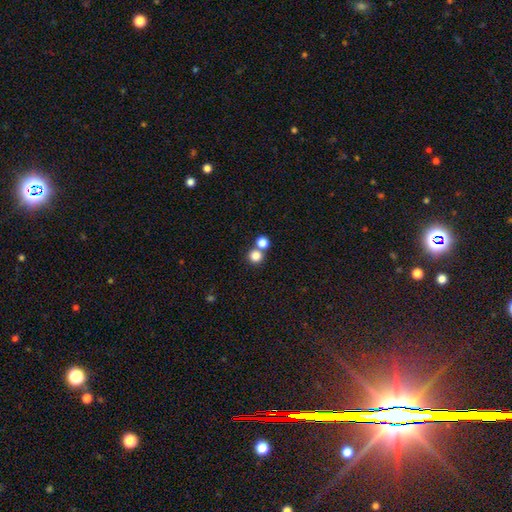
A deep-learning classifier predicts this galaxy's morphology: smooth 82%, star or artifact 12%, featured or disk 6%. Down the decision tree: how rounded — round (92%); merging — none (61%).